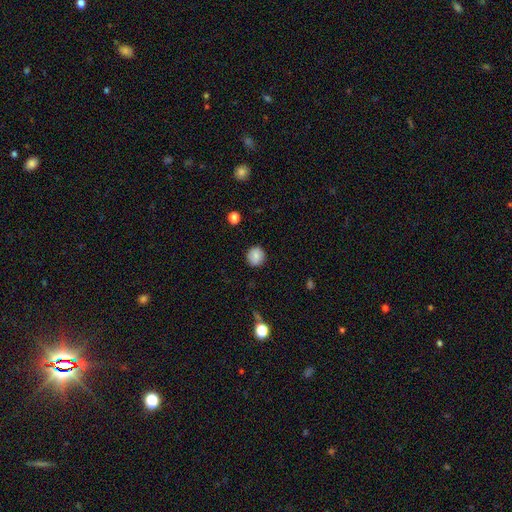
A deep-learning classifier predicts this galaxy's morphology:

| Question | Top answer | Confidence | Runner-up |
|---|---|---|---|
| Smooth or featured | smooth | 82% | star or artifact (9%) |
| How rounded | round | 90% | in between (9%) |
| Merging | none | 89% | minor disturbance (8%) |